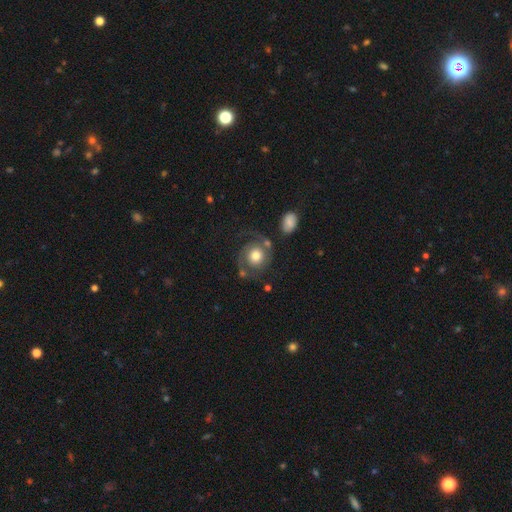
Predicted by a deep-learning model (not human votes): smooth_or_featured: featured or disk (p=0.64) [alt: smooth p=0.28]
disk_edge_on: no (p=0.98) [alt: yes p=0.02]
bar: no (p=0.81) [alt: weak p=0.16]
has_spiral_arms: yes (p=0.89) [alt: no p=0.11]
spiral_winding: medium (p=0.42) [alt: tight p=0.32]
spiral_arm_count: 2 (p=0.83) [alt: 1 p=0.09]
bulge_size: moderate (p=0.57) [alt: large p=0.28]
merging: none (p=0.62) [alt: minor disturbance p=0.15]